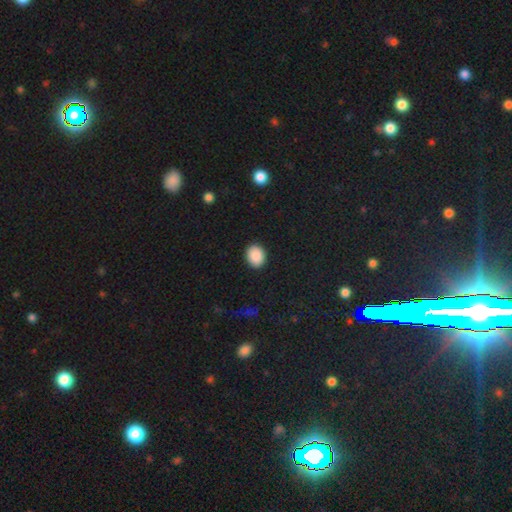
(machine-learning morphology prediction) Smooth or featured: smooth — 90% (star or artifact — 8%)
How rounded: in between — 50% (round — 49%)
Merging: none — 91% (minor disturbance — 6%)